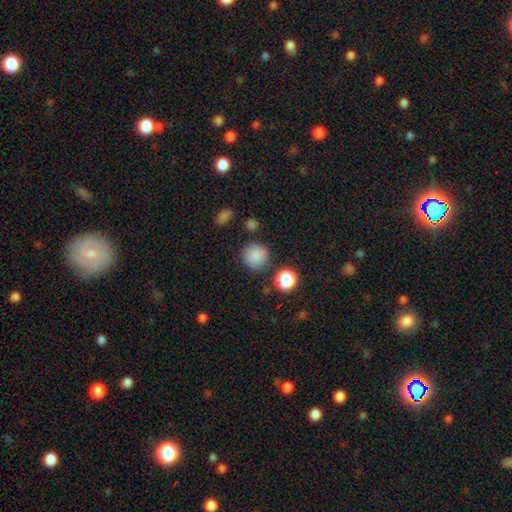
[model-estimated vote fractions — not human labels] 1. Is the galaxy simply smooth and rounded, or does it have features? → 83% smooth, 12% star or artifact, 5% featured or disk.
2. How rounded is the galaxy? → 94% round, 5% in between, 1% cigar-shaped.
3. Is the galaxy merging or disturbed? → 83% none, 10% minor disturbance, 4% merger, 3% major disturbance.